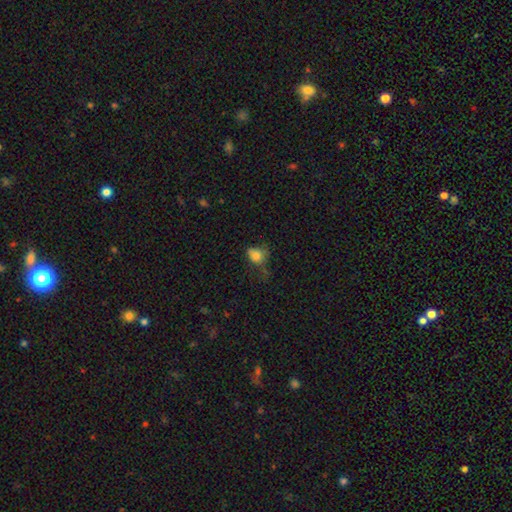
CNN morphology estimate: A smooth galaxy with no disk features (78%) that is in between round and cigar-shaped (50%).

Vote fractions:
- Smooth or featured? smooth: 78% / star or artifact: 12% / featured or disk: 10%
- How rounded? in between: 50% / round: 49% / cigar-shaped: 1%
- Merging? none: 38% / minor disturbance: 32% / major disturbance: 25% / merger: 4%